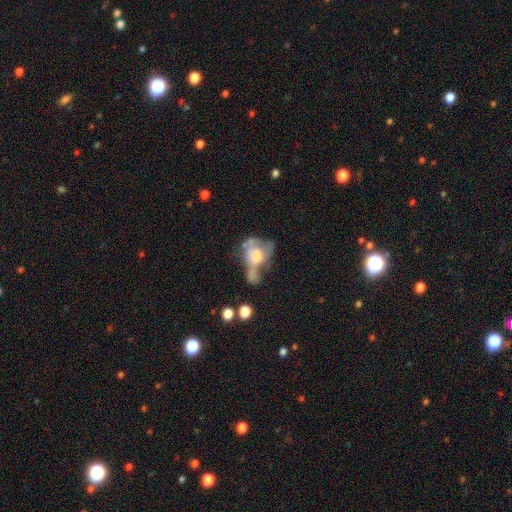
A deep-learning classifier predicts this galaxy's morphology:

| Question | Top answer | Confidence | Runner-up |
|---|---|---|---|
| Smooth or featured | featured or disk | 46% | smooth (43%) |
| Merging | merger | 37% | major disturbance (32%) |